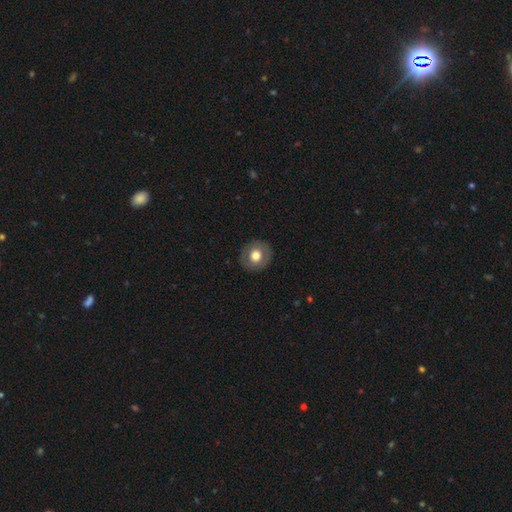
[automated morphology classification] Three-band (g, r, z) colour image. It shows a smooth galaxy with no disk features (63%) that is round (84%). Merging: none (88%).